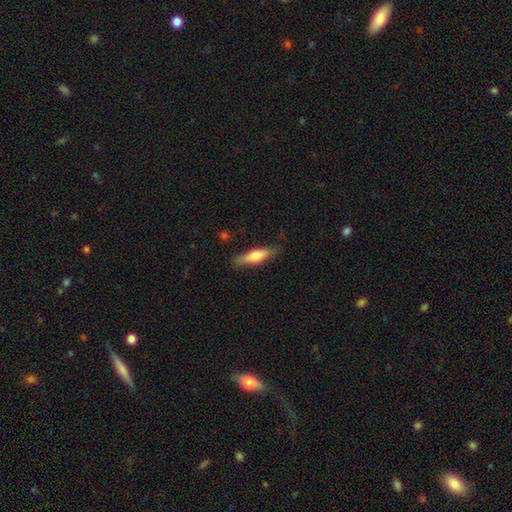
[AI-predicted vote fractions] A smooth galaxy with no disk features (58%) that is cigar-shaped (65%). Merging: none (82%).